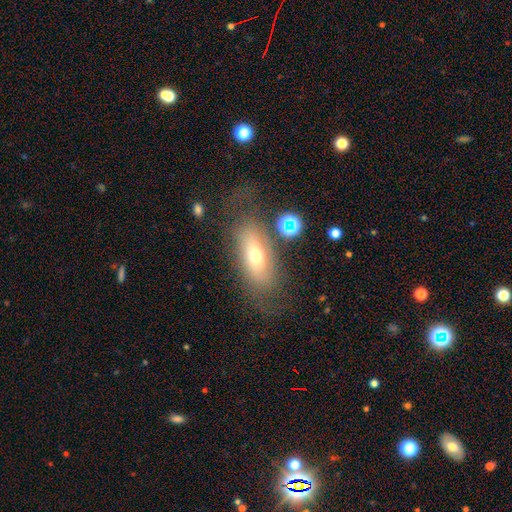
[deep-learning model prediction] Q: Smooth or featured?
A: smooth (50%); runner-up: featured or disk (38%)
Q: How rounded?
A: in between (76%); runner-up: cigar-shaped (19%)
Q: Merging?
A: none (58%); runner-up: minor disturbance (21%)